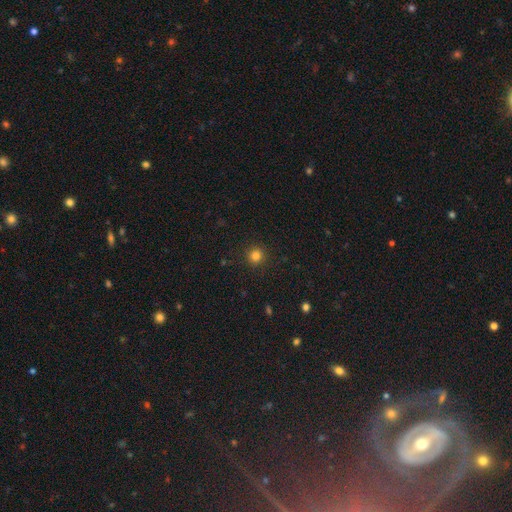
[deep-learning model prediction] Smooth or featured?
  - smooth: 83% *
  - star or artifact: 13%
  - featured or disk: 4%
How rounded?
  - round: 94% *
  - in between: 5%
  - cigar-shaped: 1%
Merging?
  - none: 91% *
  - minor disturbance: 6%
  - major disturbance: 2%
  - merger: 1%